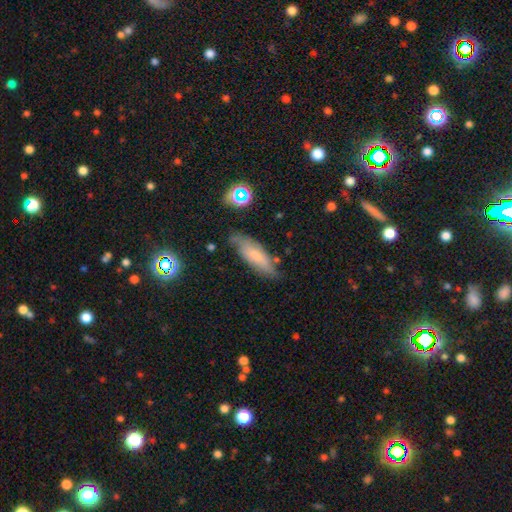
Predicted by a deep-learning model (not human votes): Smooth or featured?
  - smooth: 61% *
  - featured or disk: 30%
  - star or artifact: 9%
How rounded?
  - in between: 53% *
  - cigar-shaped: 45%
  - round: 2%
Merging?
  - none: 67% *
  - minor disturbance: 25%
  - major disturbance: 5%
  - merger: 3%